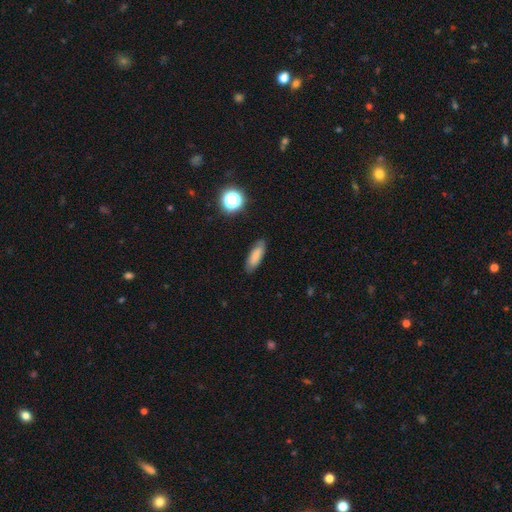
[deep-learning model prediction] This is likely a smooth galaxy (79%). How rounded: possibly in between (57%). Merging: clearly none (84%).